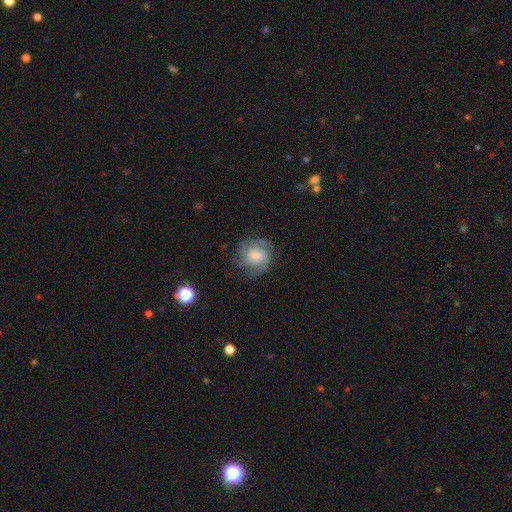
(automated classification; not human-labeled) Smooth or featured? Predicted: featured or disk (p=0.69). Edge-on disk? Predicted: no (p=0.98). Bar? Predicted: no (p=0.51). Spiral arms? Predicted: yes (p=0.92). Spiral winding? Predicted: medium (p=0.43, tied with tight). Spiral arm count? Predicted: 2 (p=0.29). Bulge size? Predicted: moderate (p=0.42). Merging? Predicted: none (p=0.67).